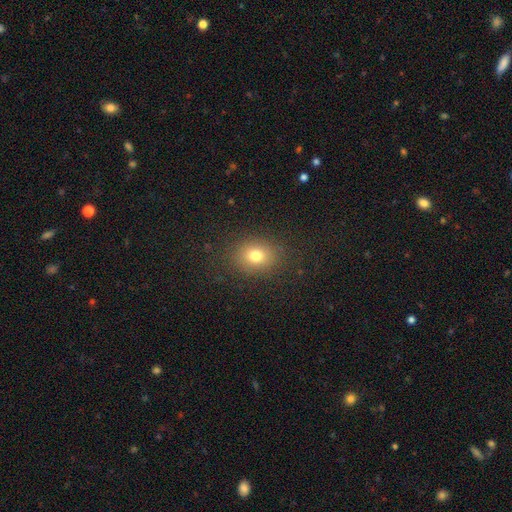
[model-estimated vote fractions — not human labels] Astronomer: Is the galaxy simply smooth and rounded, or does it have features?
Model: smooth — 76%.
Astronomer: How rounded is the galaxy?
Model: round — 59% (runner-up: in between, 40%).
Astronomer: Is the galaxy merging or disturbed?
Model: none — 85%.